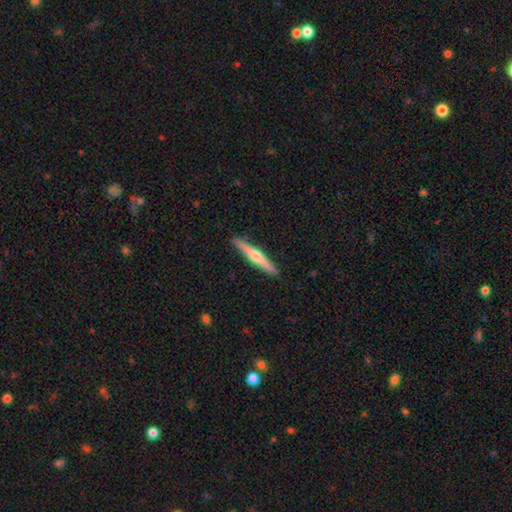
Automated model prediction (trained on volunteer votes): A featured or disk galaxy (64%) viewed edge-on (98%) with a rounded central bulge (88%).

Vote fractions:
- Smooth or featured? featured or disk: 64% / smooth: 31% / star or artifact: 5%
- Edge-on disk? yes: 98% / no: 2%
- Edge-on bulge? rounded: 88% / none: 7% / boxy: 5%
- Merging? none: 91% / minor disturbance: 6% / major disturbance: 1% / merger: 1%